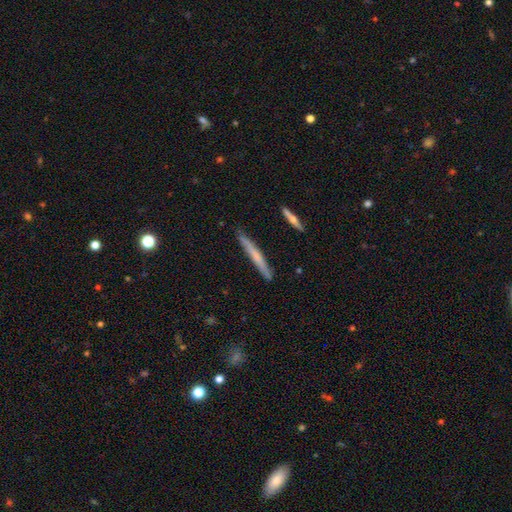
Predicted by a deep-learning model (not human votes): smooth-or-featured: smooth: 51% | featured or disk: 43% | star or artifact: 6%
  how-rounded: cigar-shaped: 96% | in between: 2% | round: 1%
  merging: none: 88% | minor disturbance: 9% | merger: 2% | major disturbance: 1%